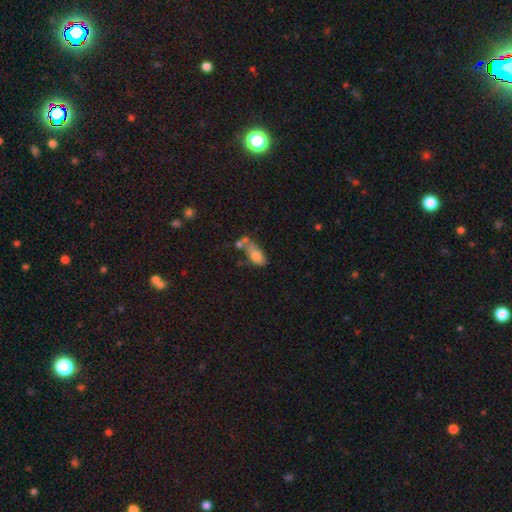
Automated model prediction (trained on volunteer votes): Smooth or featured: smooth — 72% (featured or disk — 19%)
How rounded: in between — 83% (cigar-shaped — 12%)
Merging: merger — 32% (none — 29%)